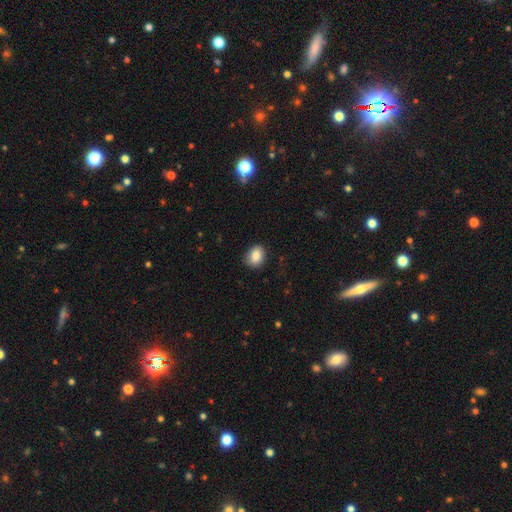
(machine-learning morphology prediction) Overall: smooth (85%). How rounded: in between (53%; round 46%). Merging: none (85%).